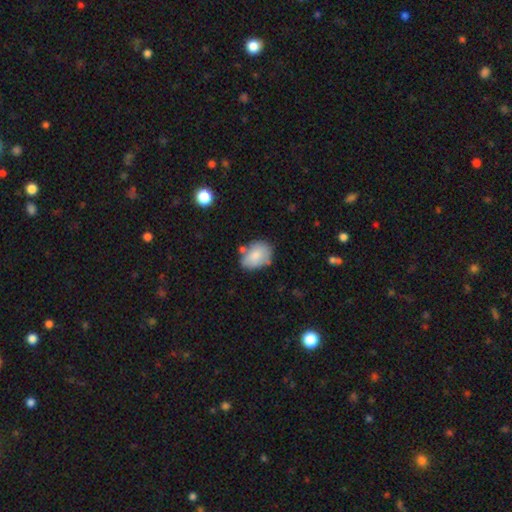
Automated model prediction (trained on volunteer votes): smooth 79%, featured or disk 14%, star or artifact 7%. Down the decision tree: how rounded — in between (75%); merging — none (59%).